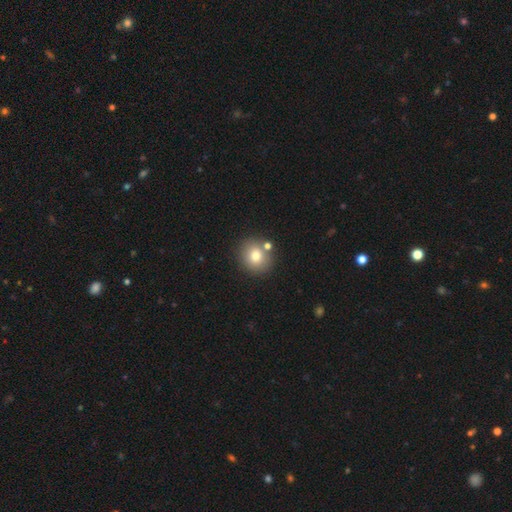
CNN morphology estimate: Smooth or featured? smooth (77%)
How rounded? round (85%)
Merging? none (78%)